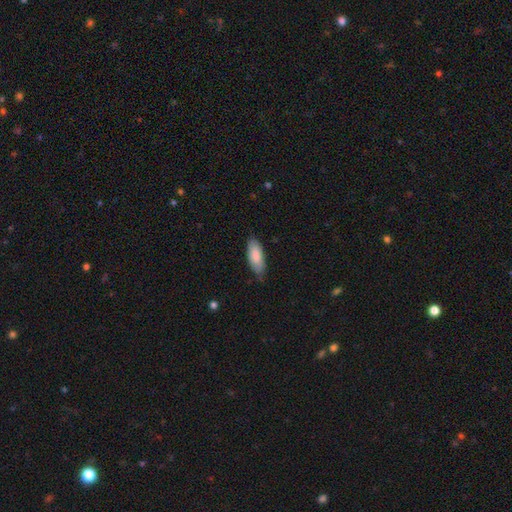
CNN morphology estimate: The model was most divided on "merging": none: 77%, minor disturbance: 19%, major disturbance: 3%, merger: 1%. More confident: smooth or featured — smooth (82%); how rounded — in between (81%).